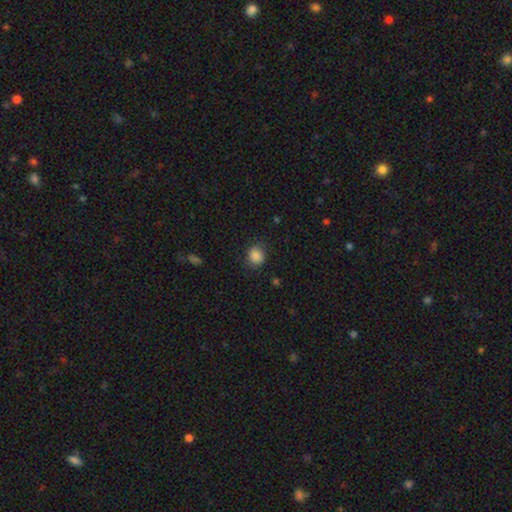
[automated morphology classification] A smooth galaxy with no disk features (87%) that is round (69%). Merging: none (80%).